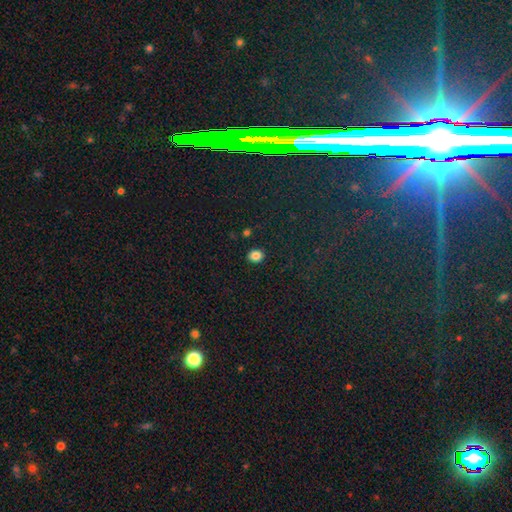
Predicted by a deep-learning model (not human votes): Smooth or featured? smooth (84%)
How rounded? round (58%)
Merging? none (89%)